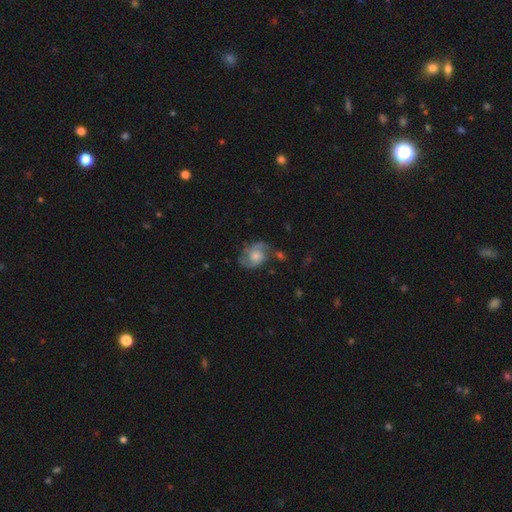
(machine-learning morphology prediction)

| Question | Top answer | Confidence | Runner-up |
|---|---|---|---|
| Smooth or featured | featured or disk | 68% | smooth (25%) |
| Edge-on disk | no | 97% | yes (3%) |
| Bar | no | 69% | weak (27%) |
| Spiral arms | yes | 89% | no (11%) |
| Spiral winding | medium | 48% | loose (28%) |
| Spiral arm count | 2 | 82% | can't tell (8%) |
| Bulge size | moderate | 42% | small (24%) |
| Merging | none | 55% | minor disturbance (24%) |